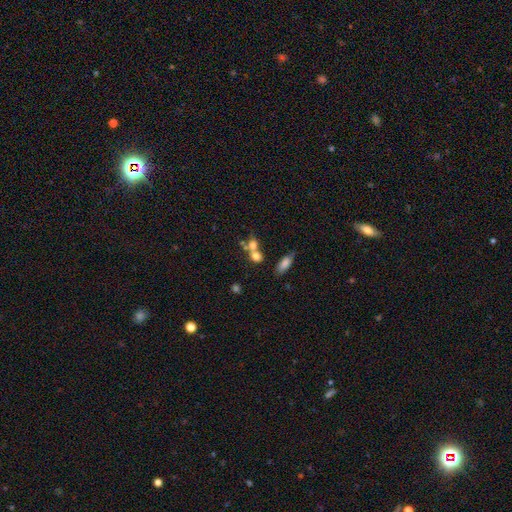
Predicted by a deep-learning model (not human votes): Smooth or featured? Predicted: smooth (p=0.70). How rounded? Predicted: round (p=0.60). Merging? Predicted: merger (p=0.56).